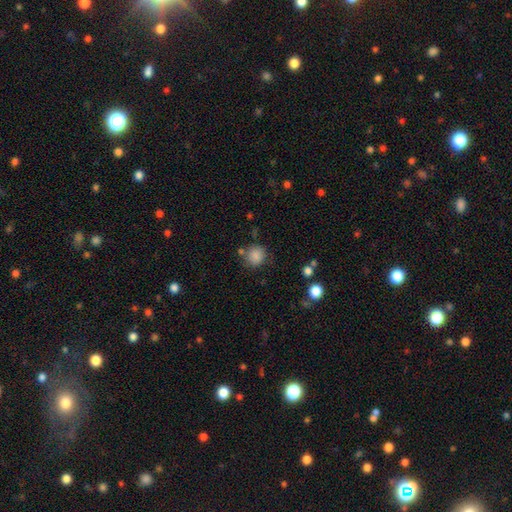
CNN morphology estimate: smooth_or_featured: smooth (p=0.85) [alt: star or artifact p=0.10]
how_rounded: round (p=0.86) [alt: in between p=0.13]
merging: none (p=0.74) [alt: minor disturbance p=0.13]